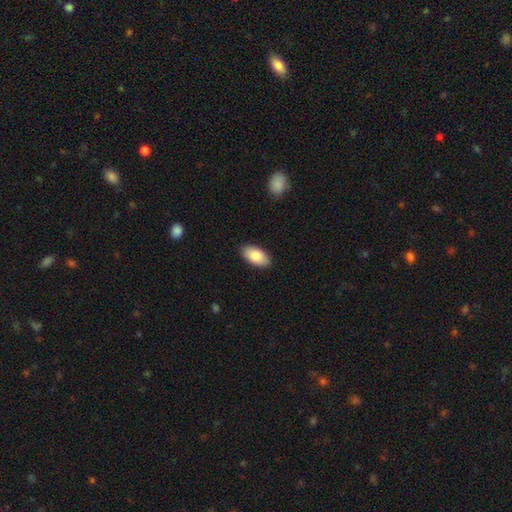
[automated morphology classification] This is clearly a smooth galaxy (85%). How rounded: clearly in between (95%). Merging: clearly none (88%).